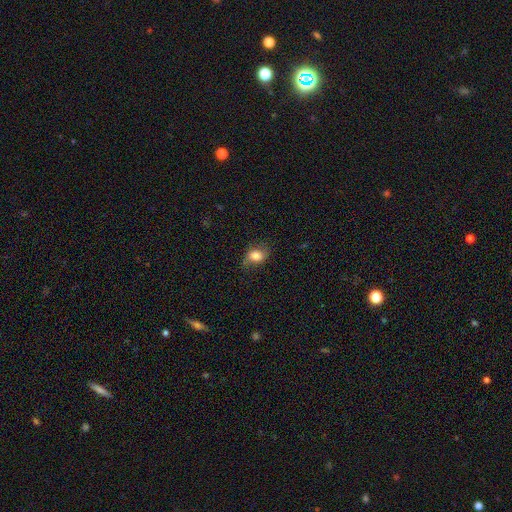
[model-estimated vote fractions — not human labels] Q: Smooth or featured?
A: smooth (75%); runner-up: featured or disk (16%)
Q: How rounded?
A: in between (72%); runner-up: round (27%)
Q: Merging?
A: none (65%); runner-up: minor disturbance (25%)